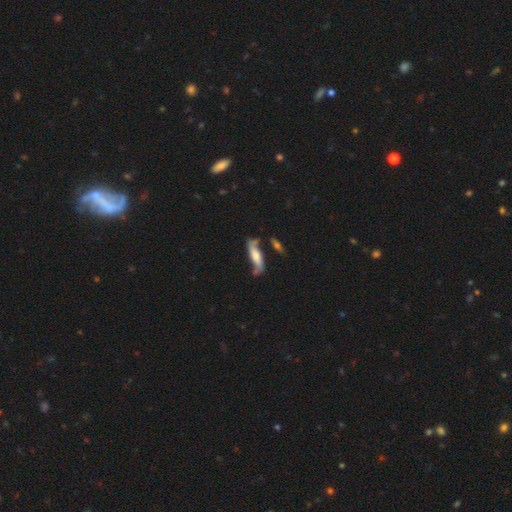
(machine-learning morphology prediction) Smooth or featured? Predicted: featured or disk (p=0.53). Edge-on disk? Predicted: no (p=0.56). Merging? Predicted: none (p=0.58).